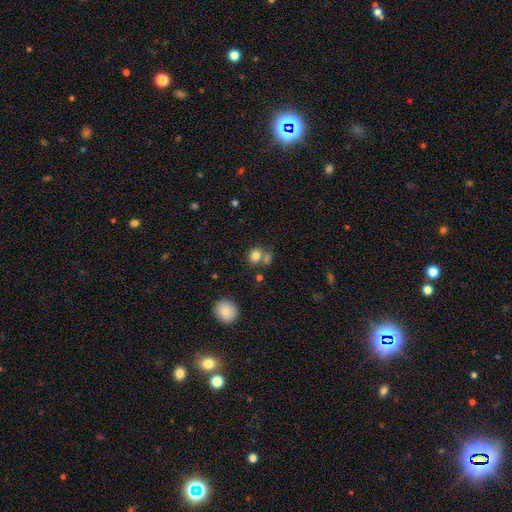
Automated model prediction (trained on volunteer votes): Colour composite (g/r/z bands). It shows a smooth galaxy with no disk features (80%) that is round (79%). Merging: none (55%).